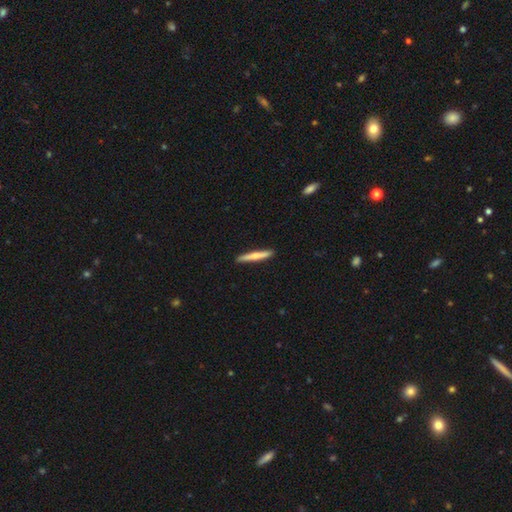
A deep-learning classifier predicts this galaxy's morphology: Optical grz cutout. It shows a smooth galaxy with no disk features (58%) that is cigar-shaped (94%). Merging: none (91%).